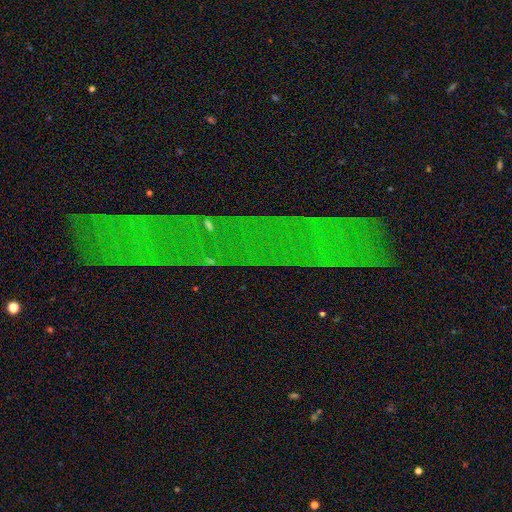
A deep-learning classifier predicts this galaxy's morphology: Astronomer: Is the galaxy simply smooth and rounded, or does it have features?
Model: star or artifact — 72%.